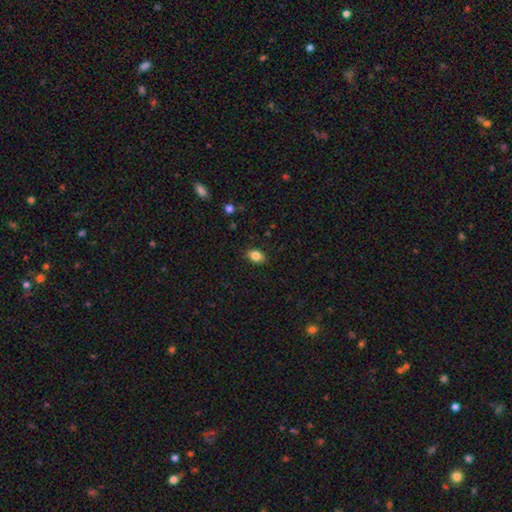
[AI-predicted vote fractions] smooth_or_featured: smooth (p=0.84) [alt: star or artifact p=0.09]
how_rounded: in between (p=0.74) [alt: round p=0.25]
merging: none (p=0.88) [alt: minor disturbance p=0.09]